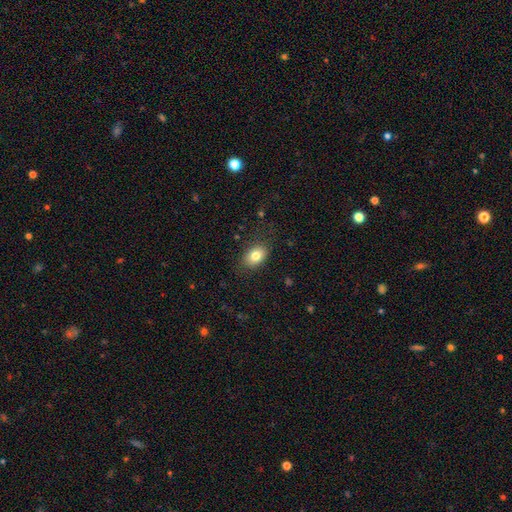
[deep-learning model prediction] A smooth galaxy with no disk features (80%) that is in between round and cigar-shaped (80%). Merging: none (81%).